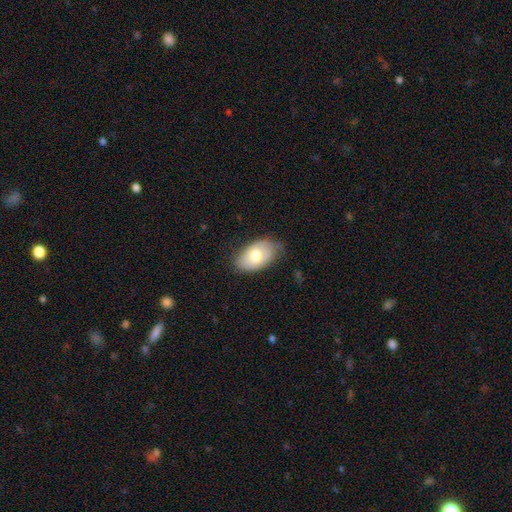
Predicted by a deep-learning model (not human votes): Morphology: type=smooth (68%); roundness=in between (91%); merging=none (70%).